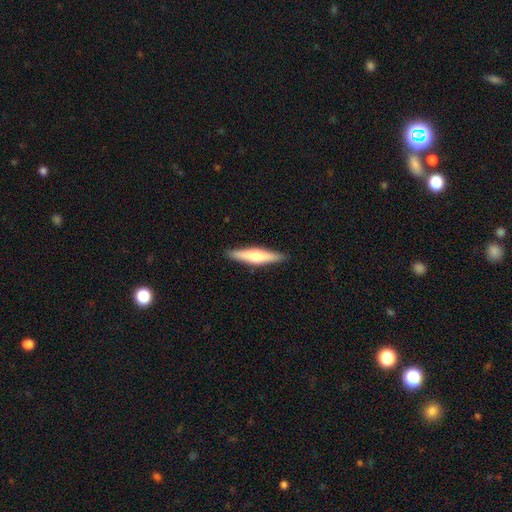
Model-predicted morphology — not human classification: Smooth or featured? Predicted: smooth (p=0.48). Merging? Predicted: none (p=0.90).